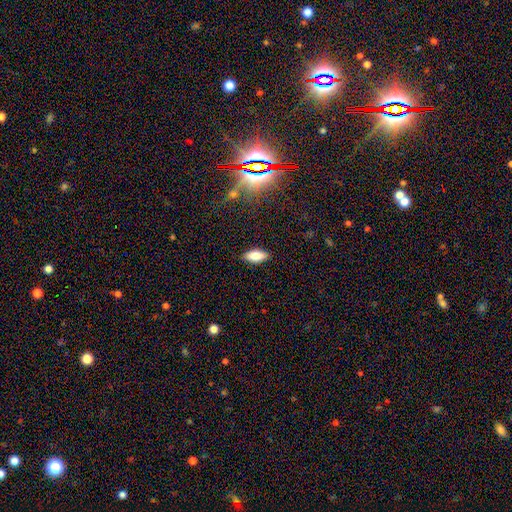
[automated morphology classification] This is clearly a smooth galaxy (81%). How rounded: clearly in between (83%). Merging: clearly none (88%).